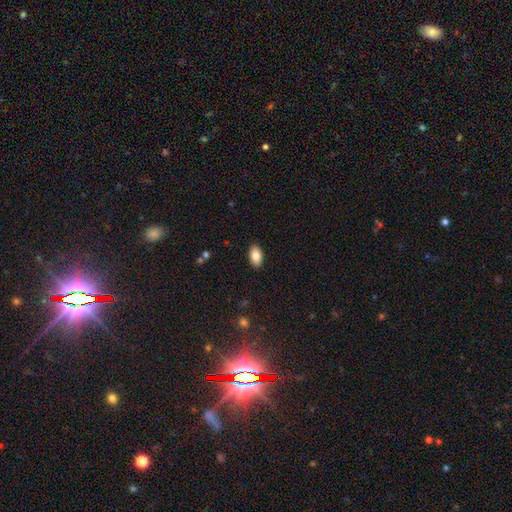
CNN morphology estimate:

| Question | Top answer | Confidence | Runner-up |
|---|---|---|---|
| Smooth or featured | smooth | 84% | featured or disk (9%) |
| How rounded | in between | 93% | round (5%) |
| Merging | none | 89% | minor disturbance (8%) |